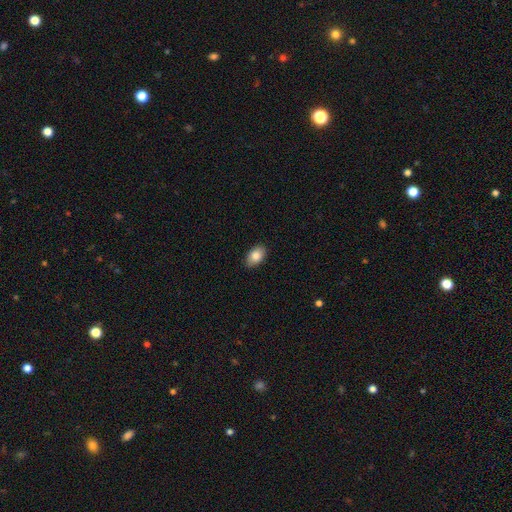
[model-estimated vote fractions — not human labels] Overall: smooth (85%). How rounded: in between (90%). Merging: none (88%).